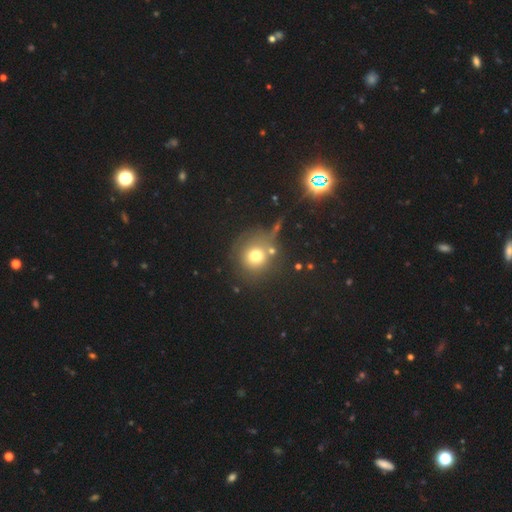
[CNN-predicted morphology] A smooth galaxy with no disk features (71%) that is round (91%). Merging: none (68%).